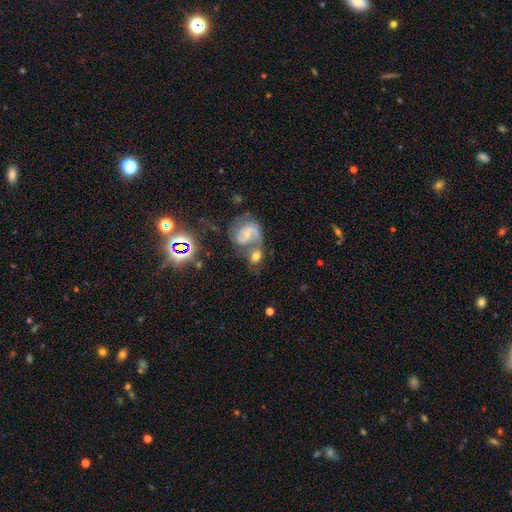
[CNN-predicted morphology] smooth-or-featured: featured or disk: 54% | smooth: 27% | star or artifact: 18%
  disk-edge-on: no: 96% | yes: 4%
    bar: no: 44% | weak: 39% | strong: 18%
    has-spiral-arms: yes: 84% | no: 16%
    bulge-size: small: 43% | moderate: 30% | none: 16% | large: 7% | dominant: 3%
  merging: merger: 43% | none: 34% | minor disturbance: 12% | major disturbance: 11%